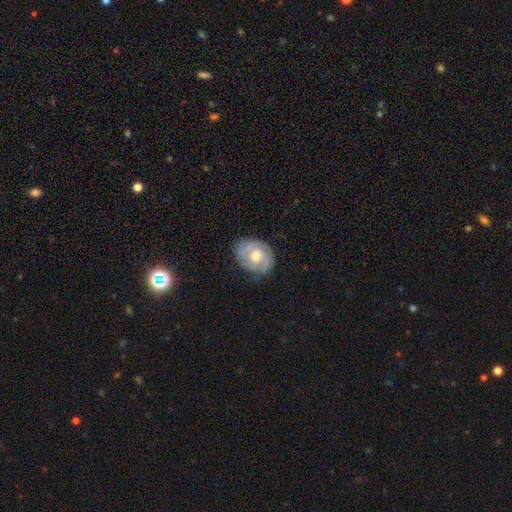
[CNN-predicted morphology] type=featured or disk (69%); edge-on=no (97%); bar=no (65%); spiral arms=yes (87%); winding=tight (57%); arm count=2 (47%); bulge=moderate (72%); merging=none (74%).